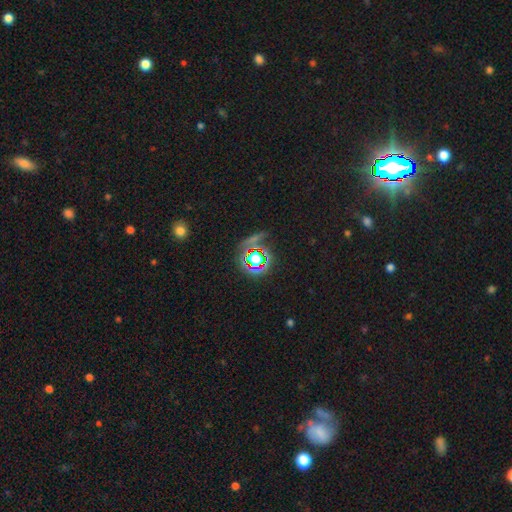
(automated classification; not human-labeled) Overall: star or artifact (78%).